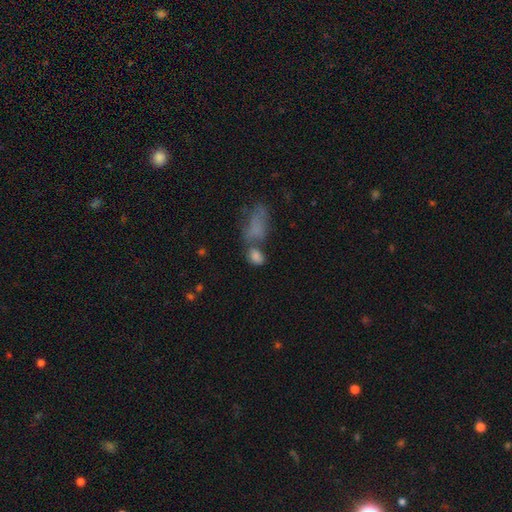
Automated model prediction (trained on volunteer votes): This appears to be a smooth galaxy with no disk features (78%) that is in between round and cigar-shaped (82%). Merging: merger (41%).